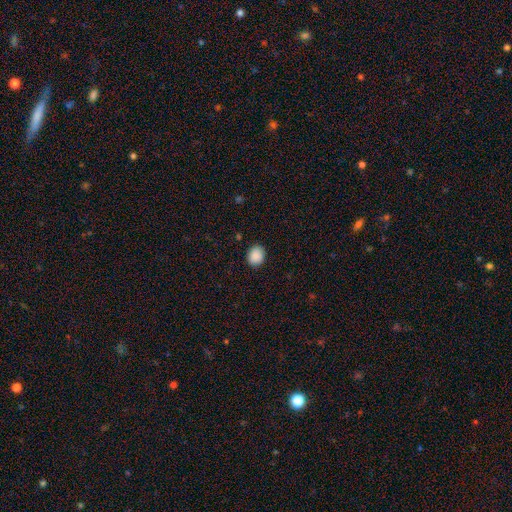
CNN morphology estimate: The model was most divided on "how rounded": round: 66%, in between: 33%, cigar-shaped: 1%. More confident: smooth or featured — smooth (89%); merging — none (89%).